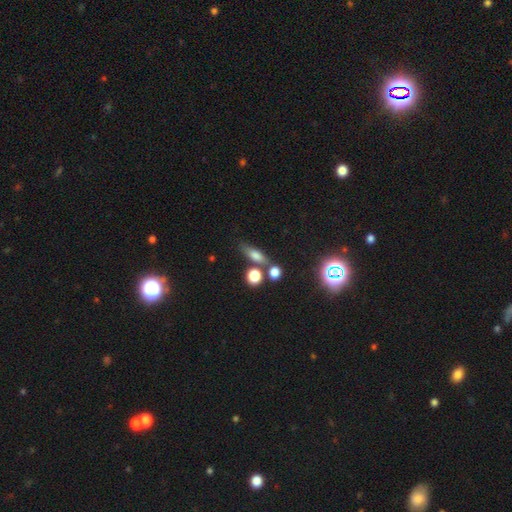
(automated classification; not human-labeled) Smooth or featured?
  - smooth: 66% *
  - featured or disk: 18%
  - star or artifact: 15%
How rounded?
  - in between: 52% *
  - cigar-shaped: 34%
  - round: 15%
Merging?
  - none: 60% *
  - merger: 19%
  - minor disturbance: 14%
  - major disturbance: 6%